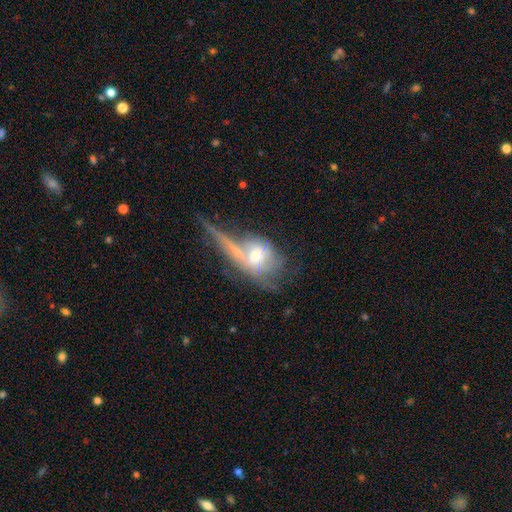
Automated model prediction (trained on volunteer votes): A featured or disk galaxy (52%). Merging: merger (40%).